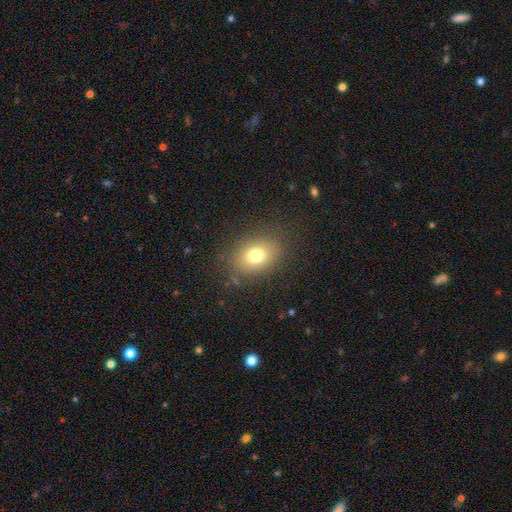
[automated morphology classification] A smooth galaxy with no disk features (75%) that is in between round and cigar-shaped (65%). Merging: none (82%).